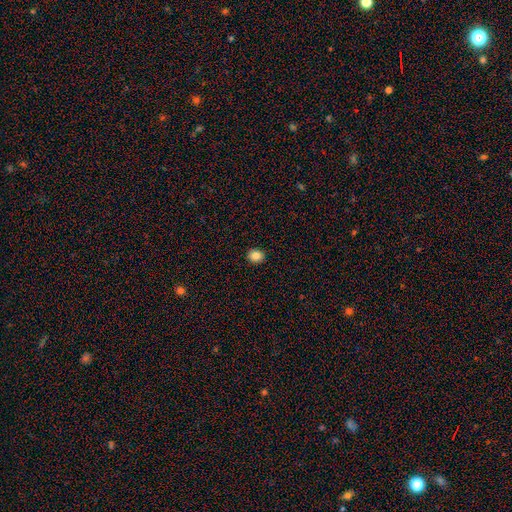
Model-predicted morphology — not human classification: type=smooth (84%); roundness=round (72%); merging=none (92%).